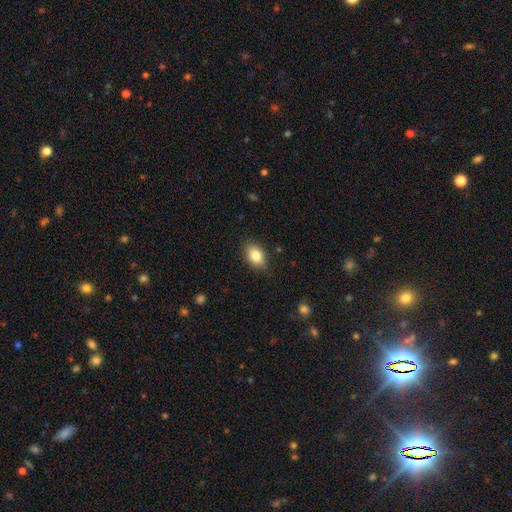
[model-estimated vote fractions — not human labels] Smooth or featured? smooth (83%)
How rounded? in between (79%)
Merging? none (81%)